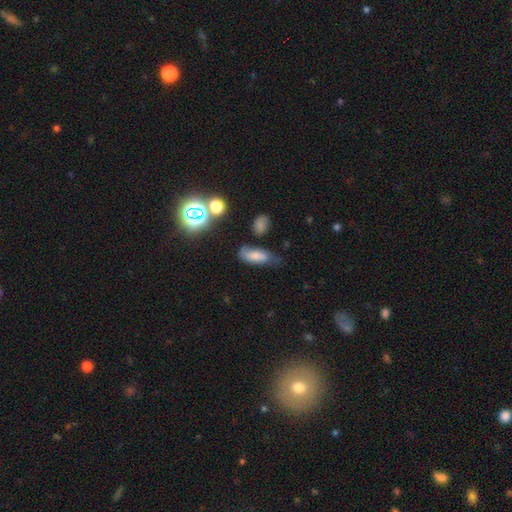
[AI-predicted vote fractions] Smooth or featured?
  - smooth: 69% *
  - featured or disk: 17%
  - star or artifact: 14%
How rounded?
  - in between: 76% *
  - cigar-shaped: 19%
  - round: 5%
Merging?
  - none: 51% *
  - minor disturbance: 30%
  - major disturbance: 12%
  - merger: 7%